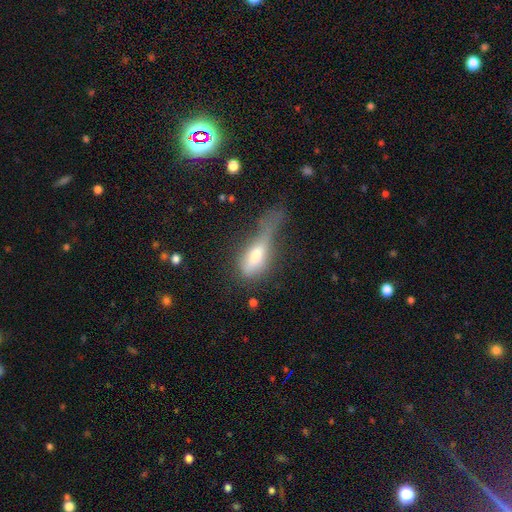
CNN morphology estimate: A smooth galaxy with no disk features (61%) that is in between round and cigar-shaped (61%). Merging: major disturbance (55%).